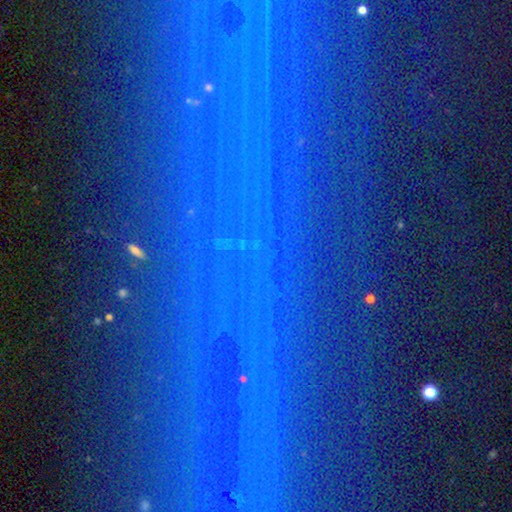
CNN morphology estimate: Smooth or featured?
  - star or artifact: 78% *
  - featured or disk: 12%
  - smooth: 11%